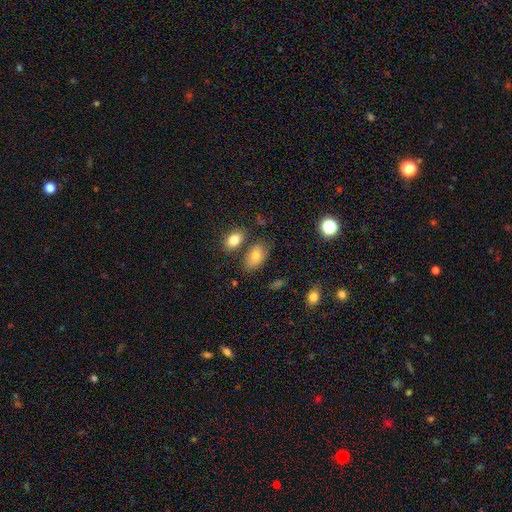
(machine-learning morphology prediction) A smooth galaxy with no disk features (78%) that is in between round and cigar-shaped (90%). Merging: none (66%).